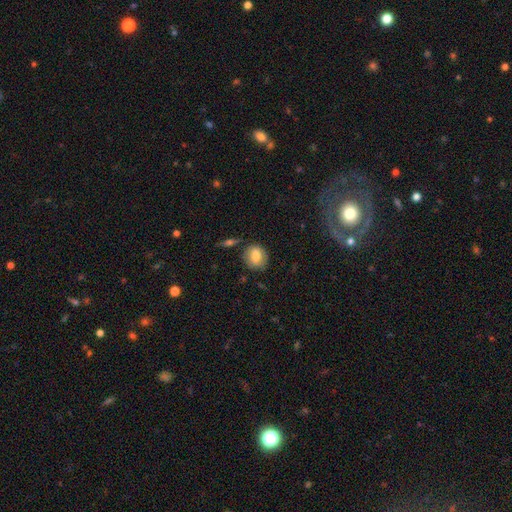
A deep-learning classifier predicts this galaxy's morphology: This appears to be a smooth galaxy with no disk features (75%) that is round (61%). Merging: none (77%).